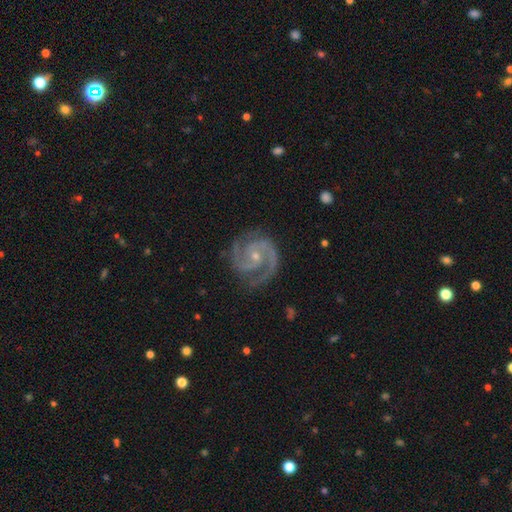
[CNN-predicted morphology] Smooth or featured: featured or disk — 93% (star or artifact — 4%)
Edge-on disk: no — 98% (yes — 2%)
Bar: no — 59% (weak — 31%)
Spiral arms: yes — 99% (no — 1%)
Spiral winding: medium — 50% (tight — 44%)
Spiral arm count: 2 — 85% (3 — 8%)
Bulge size: small — 71% (moderate — 25%)
Merging: none — 81% (minor disturbance — 14%)